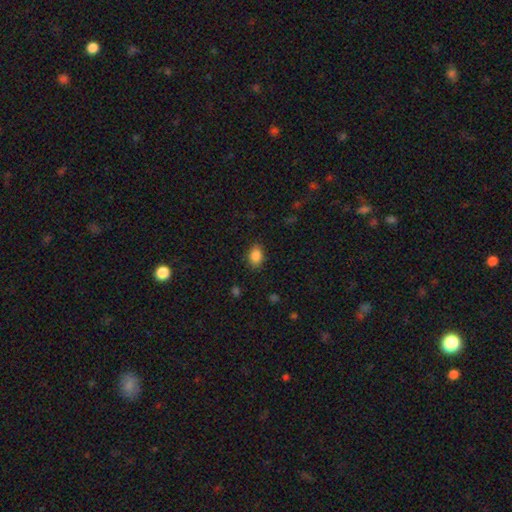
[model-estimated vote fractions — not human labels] Smooth or featured? smooth (87%)
How rounded? in between (80%)
Merging? none (85%)